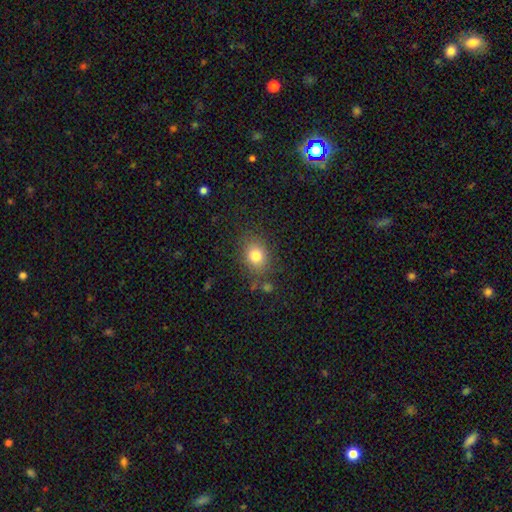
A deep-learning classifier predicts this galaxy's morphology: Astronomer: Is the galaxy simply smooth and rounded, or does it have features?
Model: smooth — 78%.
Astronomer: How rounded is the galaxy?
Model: round — 59% (runner-up: in between, 40%).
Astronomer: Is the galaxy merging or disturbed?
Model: none — 80%.